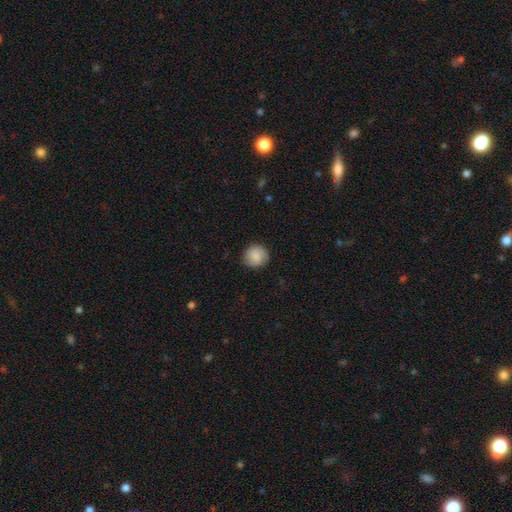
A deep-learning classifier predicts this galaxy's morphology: This is clearly a smooth galaxy (80%). How rounded: clearly round (90%). Merging: clearly none (86%).